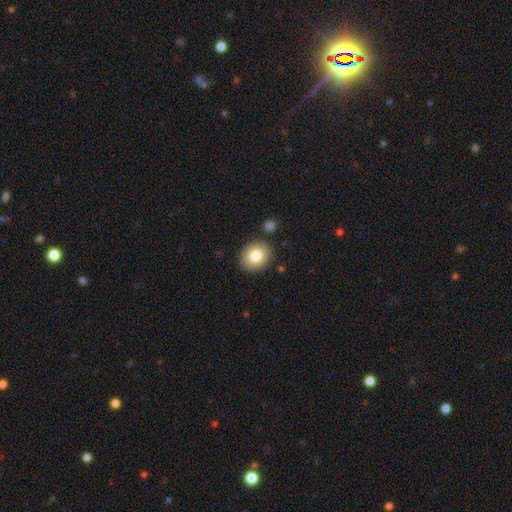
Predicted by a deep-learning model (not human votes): A smooth galaxy with no disk features (80%) that is round (58%). Merging: none (85%).